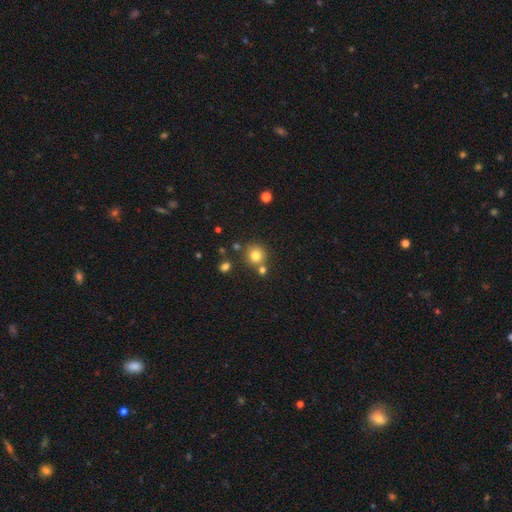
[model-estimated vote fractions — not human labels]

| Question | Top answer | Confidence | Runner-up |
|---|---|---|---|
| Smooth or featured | smooth | 79% | star or artifact (13%) |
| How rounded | round | 91% | in between (8%) |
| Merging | none | 72% | merger (16%) |